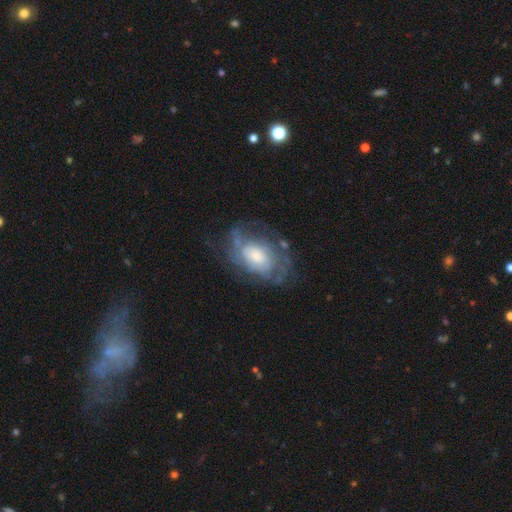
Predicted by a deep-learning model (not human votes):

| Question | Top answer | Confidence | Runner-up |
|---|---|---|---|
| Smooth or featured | featured or disk | 73% | smooth (19%) |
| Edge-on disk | no | 96% | yes (4%) |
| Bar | no | 70% | weak (25%) |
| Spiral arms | yes | 79% | no (21%) |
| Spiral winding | tight | 50% | medium (35%) |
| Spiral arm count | can't tell | 54% | 2 (20%) |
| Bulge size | moderate | 44% | large (30%) |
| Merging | none | 60% | minor disturbance (22%) |